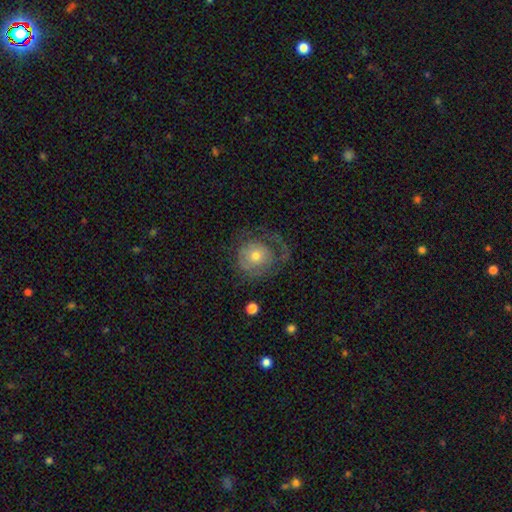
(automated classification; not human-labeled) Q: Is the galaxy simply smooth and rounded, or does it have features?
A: featured or disk — 54%.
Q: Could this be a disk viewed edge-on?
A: no — 97%.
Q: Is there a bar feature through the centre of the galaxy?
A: no — 83%.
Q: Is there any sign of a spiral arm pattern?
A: yes — 65%.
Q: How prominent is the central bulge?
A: moderate — 55%.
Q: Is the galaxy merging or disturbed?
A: none — 49%.